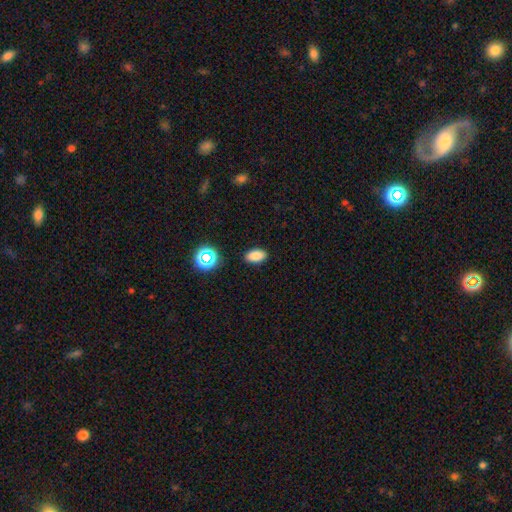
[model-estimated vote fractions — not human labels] smooth-or-featured: smooth: 82% | star or artifact: 13% | featured or disk: 5%
  how-rounded: in between: 90% | round: 7% | cigar-shaped: 3%
  merging: none: 88% | minor disturbance: 8% | major disturbance: 2% | merger: 2%